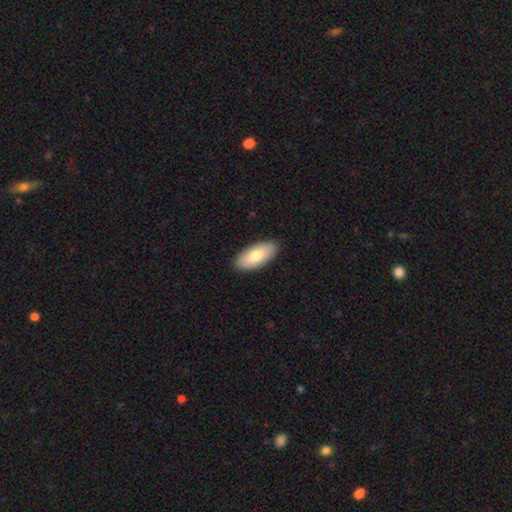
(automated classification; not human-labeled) A smooth galaxy with no disk features (77%) that is in between round and cigar-shaped (91%).

Vote fractions:
- Smooth or featured? smooth: 77% / featured or disk: 17% / star or artifact: 5%
- How rounded? in between: 91% / cigar-shaped: 7% / round: 2%
- Merging? none: 90% / minor disturbance: 8% / major disturbance: 2% / merger: 1%